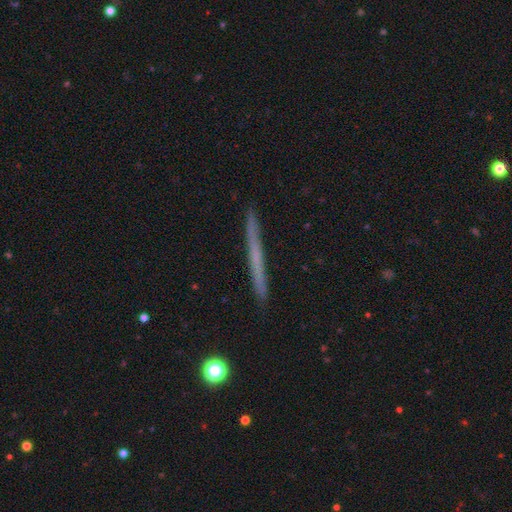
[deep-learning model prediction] Smooth or featured? smooth (47%)
Merging? none (91%)